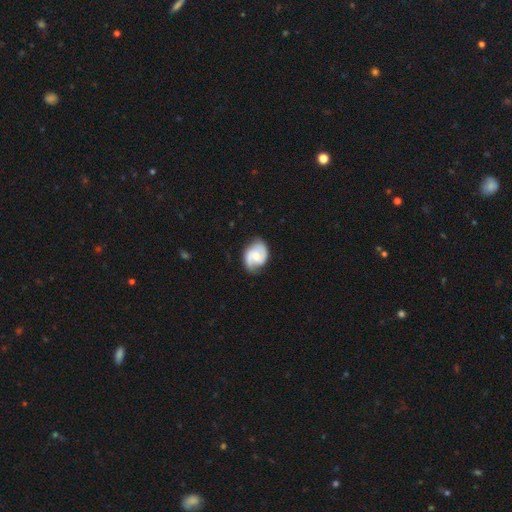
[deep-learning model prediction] The model was most divided on "bulge size": moderate: 44%, small: 41%, none: 9%, large: 5%, dominant: 1%. Remaining: edge-on disk — no (98%); spiral arms — yes (95%); spiral arm count — 2 (83%); smooth or featured — featured or disk (75%); merging — none (73%); bar — no (48%); spiral winding — medium (47%).